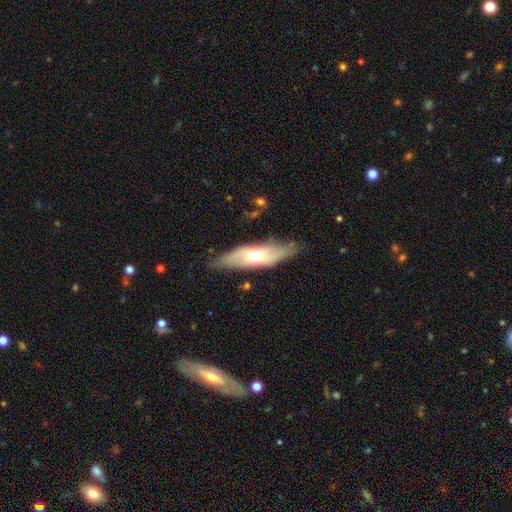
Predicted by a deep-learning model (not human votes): A smooth galaxy with no disk features (48%).

Vote fractions:
- Smooth or featured? smooth: 48% / featured or disk: 46% / star or artifact: 6%
- Merging? none: 74% / minor disturbance: 20% / major disturbance: 5% / merger: 2%